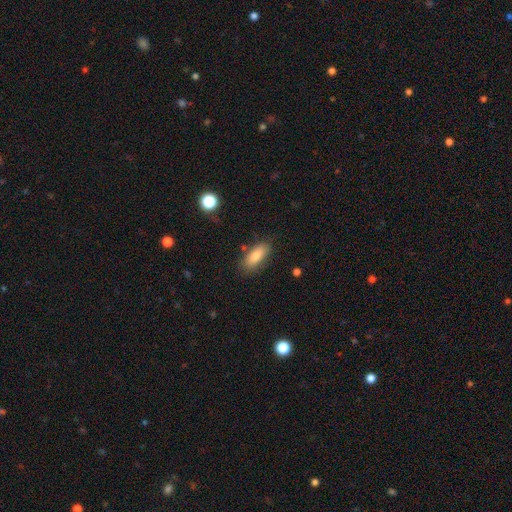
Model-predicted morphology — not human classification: Smooth or featured: smooth — 82% (featured or disk — 10%)
How rounded: in between — 80% (cigar-shaped — 17%)
Merging: none — 80% (minor disturbance — 14%)